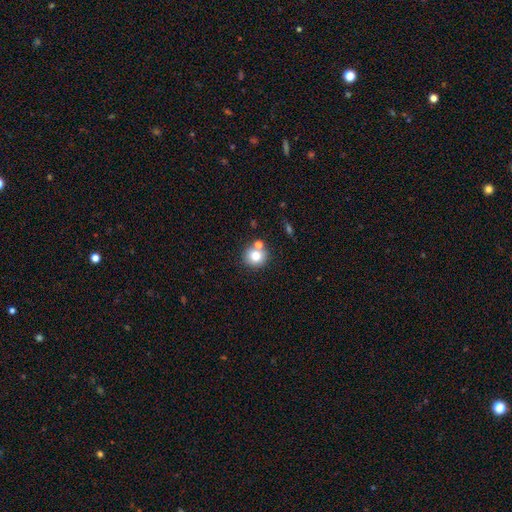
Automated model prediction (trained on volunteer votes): Smooth or featured: smooth — 78% (featured or disk — 11%)
How rounded: round — 90% (in between — 9%)
Merging: none — 68% (merger — 20%)